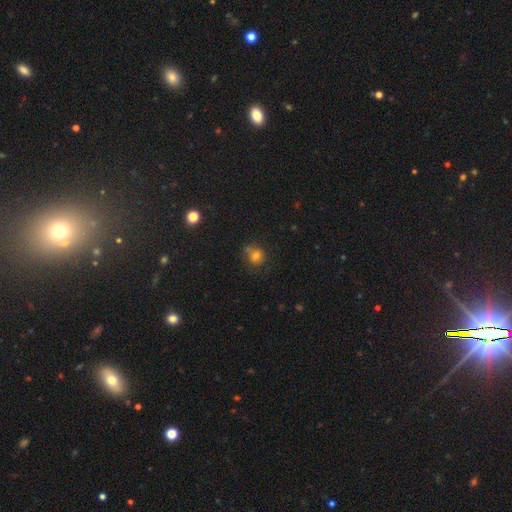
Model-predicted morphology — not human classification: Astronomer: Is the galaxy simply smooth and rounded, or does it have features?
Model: smooth — 71%.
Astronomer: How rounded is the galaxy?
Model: round — 76%.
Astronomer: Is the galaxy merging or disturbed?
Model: none — 53%.